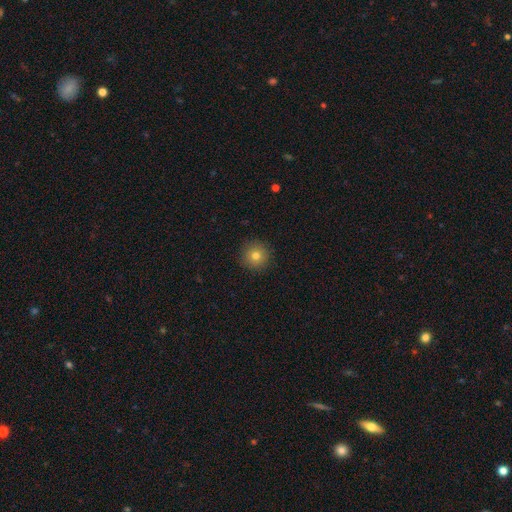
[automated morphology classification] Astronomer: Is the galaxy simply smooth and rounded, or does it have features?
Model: smooth — 78%.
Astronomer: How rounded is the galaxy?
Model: round — 96%.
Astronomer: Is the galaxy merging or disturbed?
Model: none — 92%.